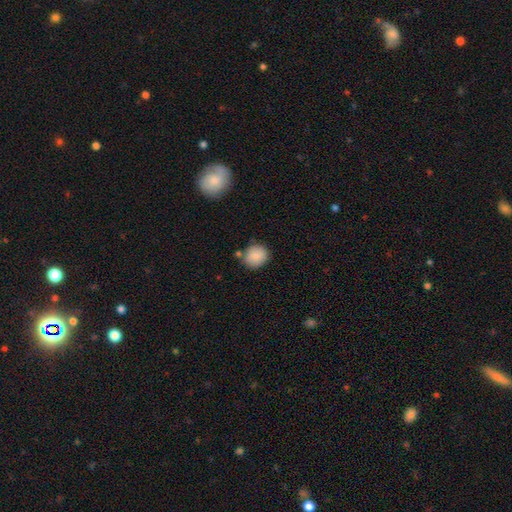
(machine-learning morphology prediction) This is clearly a smooth galaxy (86%). How rounded: clearly round (82%). Merging: likely none (75%).